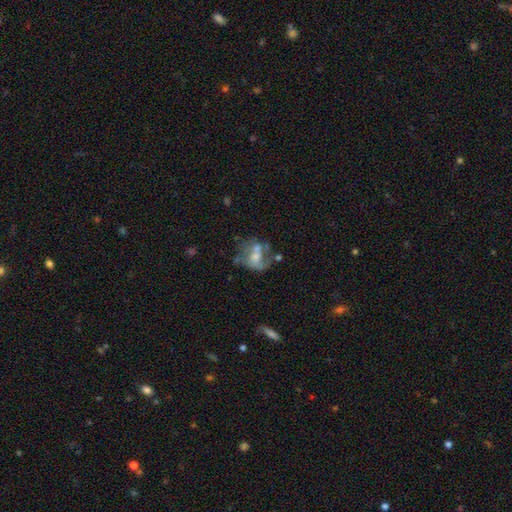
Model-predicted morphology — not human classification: Q: Smooth or featured?
A: featured or disk (56%); runner-up: smooth (34%)
Q: Edge-on disk?
A: no (98%); runner-up: yes (2%)
Q: Bar?
A: no (71%); runner-up: weak (23%)
Q: Spiral arms?
A: no (61%); runner-up: yes (39%)
Q: Bulge size?
A: moderate (44%); runner-up: small (25%)
Q: Merging?
A: none (32%); runner-up: major disturbance (26%)